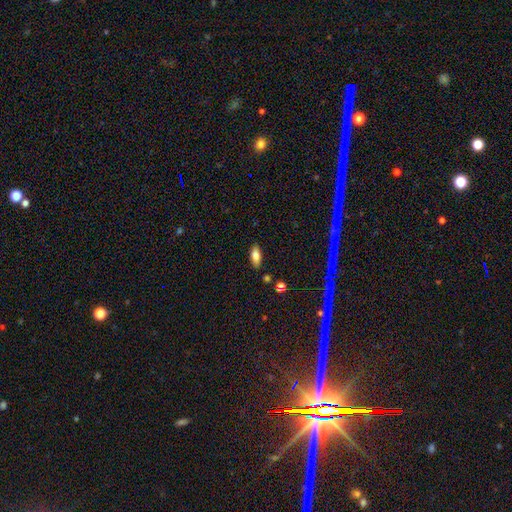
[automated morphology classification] This appears to be a smooth galaxy with no disk features (78%) that is in between round and cigar-shaped (83%). Merging: none (86%).